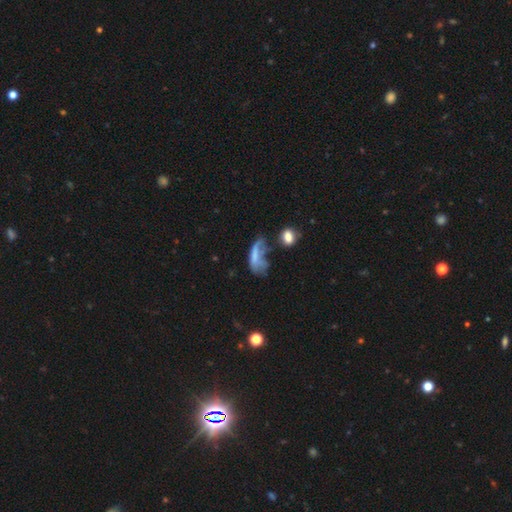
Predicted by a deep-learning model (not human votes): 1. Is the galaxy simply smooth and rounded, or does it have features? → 52% smooth, 35% featured or disk, 14% star or artifact.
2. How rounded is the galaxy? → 70% in between, 23% cigar-shaped, 7% round.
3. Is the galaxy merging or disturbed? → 45% major disturbance, 20% none, 19% minor disturbance, 16% merger.